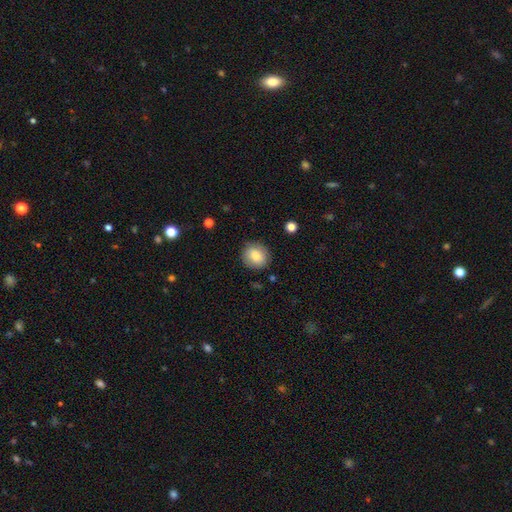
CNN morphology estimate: Smooth or featured? smooth (83%)
How rounded? round (84%)
Merging? none (86%)